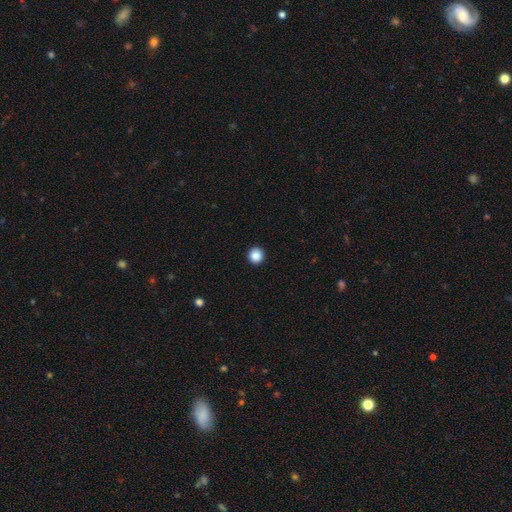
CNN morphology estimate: Overall: smooth (88%). How rounded: round (96%). Merging: none (94%).